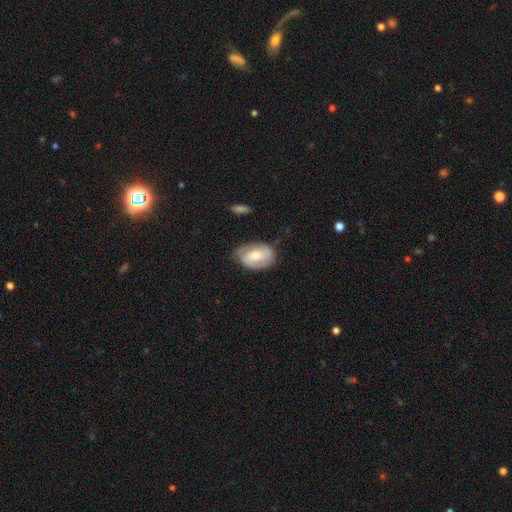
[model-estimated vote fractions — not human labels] The model was most divided on "bar": weak: 42%, no: 39%, strong: 19%. More confident: edge-on disk — no (96%); spiral arms — yes (82%); merging — none (69%); smooth or featured — featured or disk (59%); bulge size — moderate (57%).